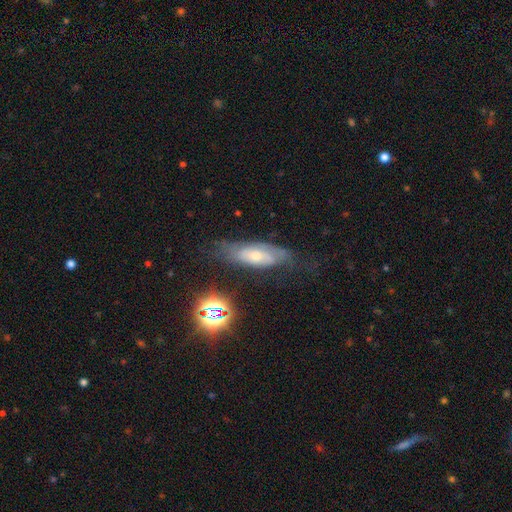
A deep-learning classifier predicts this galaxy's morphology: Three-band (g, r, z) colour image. It shows a featured or disk galaxy (58%). Merging: none (56%).